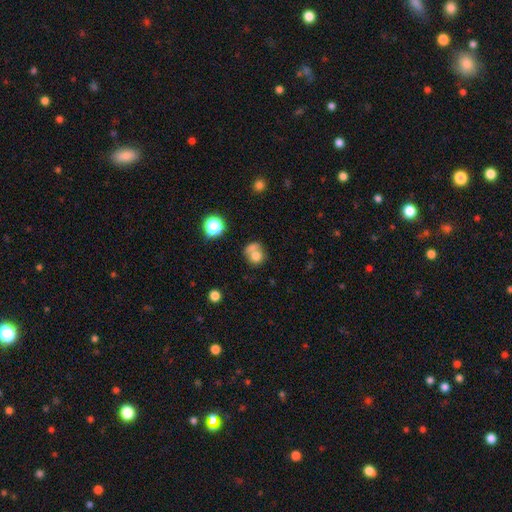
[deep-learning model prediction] Morphology: type=smooth (72%); roundness=round (75%); merging=merger (44%).